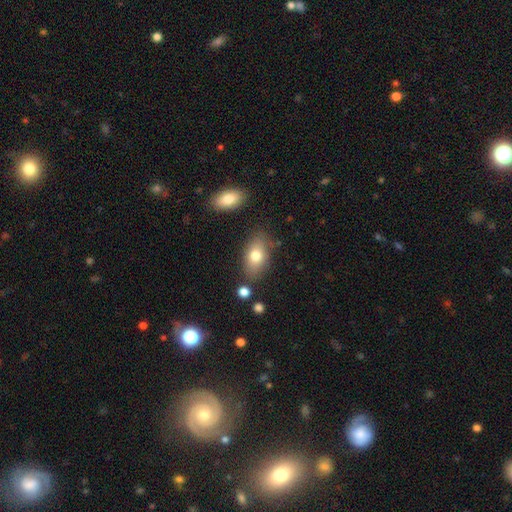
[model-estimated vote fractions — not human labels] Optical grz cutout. It shows a smooth galaxy with no disk features (76%) that is in between round and cigar-shaped (89%). Merging: none (76%).